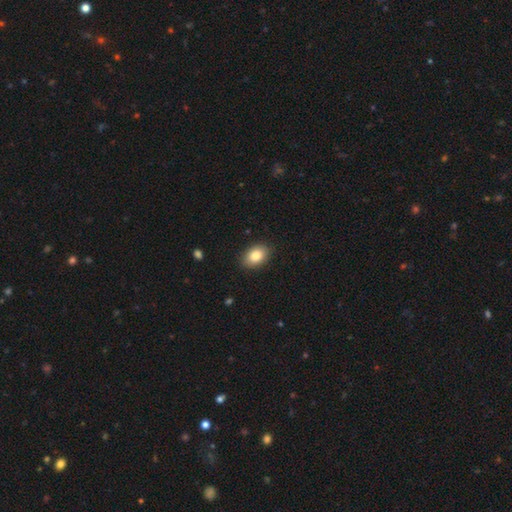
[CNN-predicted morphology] Overall: smooth (85%). How rounded: in between (84%). Merging: none (88%).